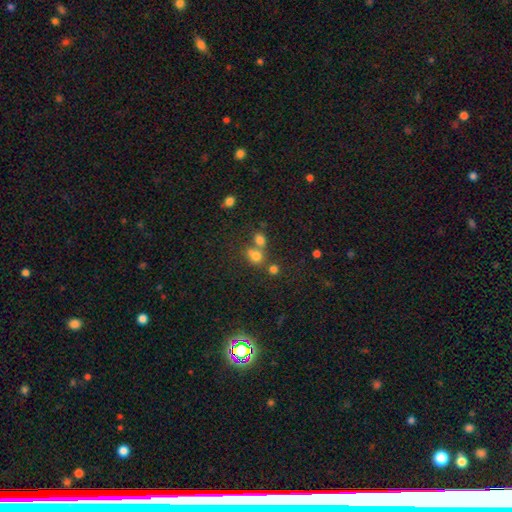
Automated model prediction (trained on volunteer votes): A smooth galaxy with no disk features (71%) that is round (65%). Merging: merger (43%).